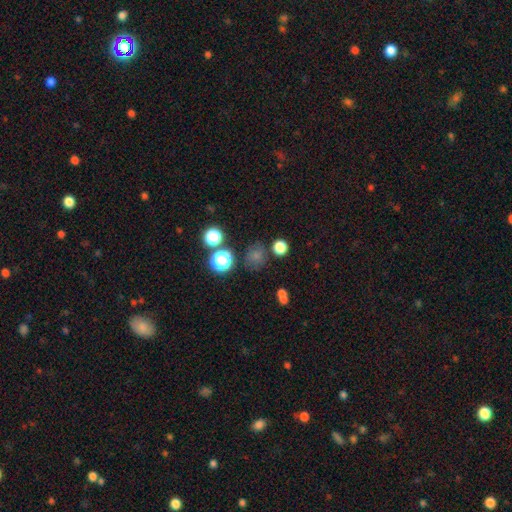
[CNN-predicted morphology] This is likely a smooth galaxy (67%). How rounded: likely round (79%). Merging: likely none (73%).